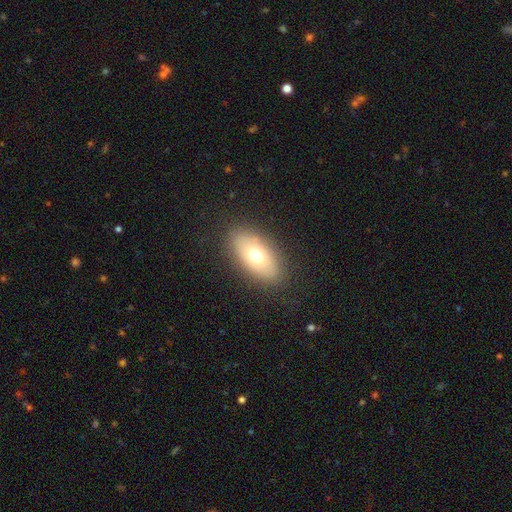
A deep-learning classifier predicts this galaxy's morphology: smooth_or_featured: smooth (p=0.67) [alt: featured or disk p=0.24]
how_rounded: in between (p=0.89) [alt: round p=0.07]
merging: none (p=0.85) [alt: minor disturbance p=0.10]